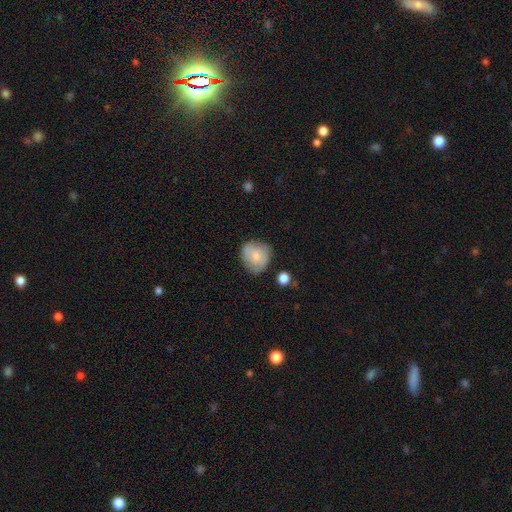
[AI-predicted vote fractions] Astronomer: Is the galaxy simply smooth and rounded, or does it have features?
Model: smooth — 65%.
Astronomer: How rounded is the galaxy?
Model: round — 81%.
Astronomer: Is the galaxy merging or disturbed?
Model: none — 66%.